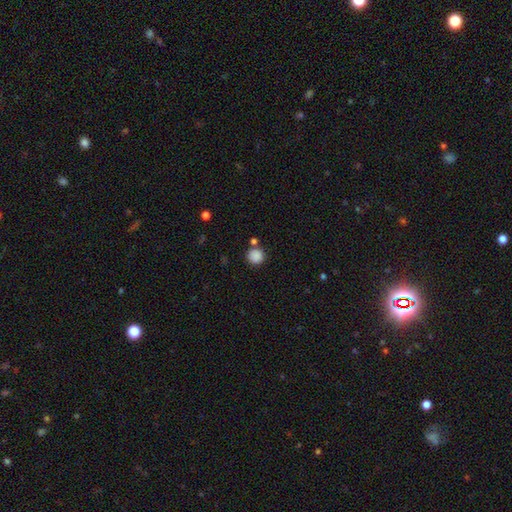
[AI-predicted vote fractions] smooth-or-featured: smooth: 87% | star or artifact: 10% | featured or disk: 4%
  how-rounded: round: 93% | in between: 6% | cigar-shaped: 1%
  merging: none: 75% | merger: 11% | minor disturbance: 10% | major disturbance: 3%